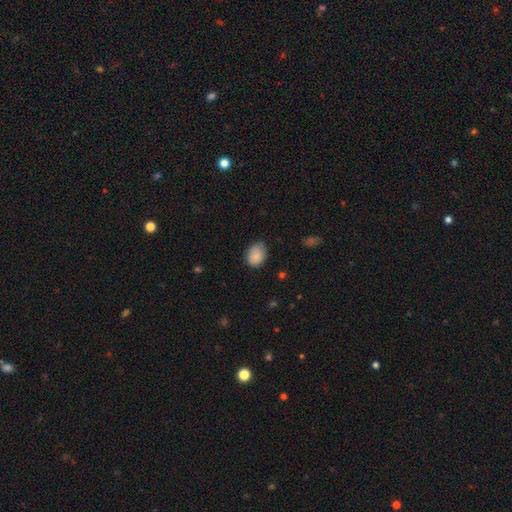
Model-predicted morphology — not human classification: Q: Smooth or featured?
A: smooth (86%); runner-up: star or artifact (7%)
Q: How rounded?
A: in between (68%); runner-up: round (31%)
Q: Merging?
A: none (73%); runner-up: minor disturbance (22%)